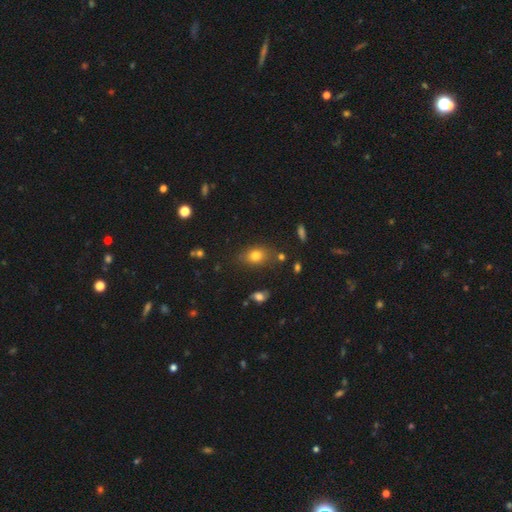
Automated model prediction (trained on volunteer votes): A smooth galaxy with no disk features (77%) that is in between round and cigar-shaped (67%).

Vote fractions:
- Smooth or featured? smooth: 77% / star or artifact: 13% / featured or disk: 10%
- How rounded? in between: 67% / round: 31% / cigar-shaped: 2%
- Merging? none: 76% / minor disturbance: 15% / merger: 4% / major disturbance: 4%